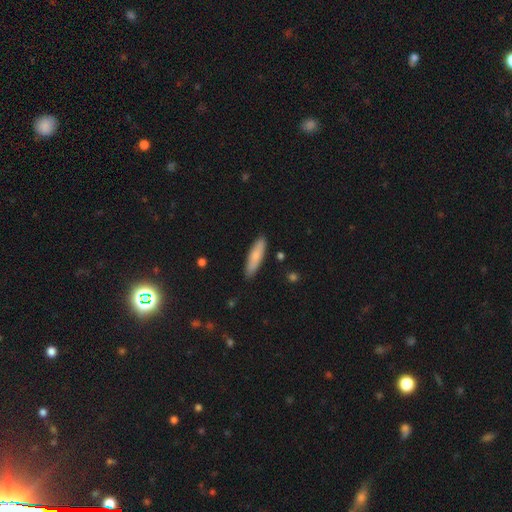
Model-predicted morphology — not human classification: smooth-or-featured: smooth: 76% | featured or disk: 19% | star or artifact: 6%
  how-rounded: cigar-shaped: 73% | in between: 25% | round: 2%
  merging: none: 88% | minor disturbance: 9% | major disturbance: 2% | merger: 1%